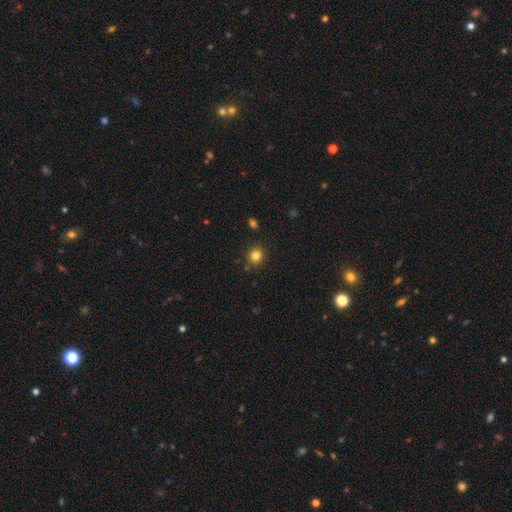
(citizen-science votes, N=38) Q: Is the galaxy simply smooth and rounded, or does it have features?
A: smooth — 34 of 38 (89%).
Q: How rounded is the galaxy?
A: round — 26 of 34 (76%).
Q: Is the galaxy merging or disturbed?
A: none — 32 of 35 (91%).